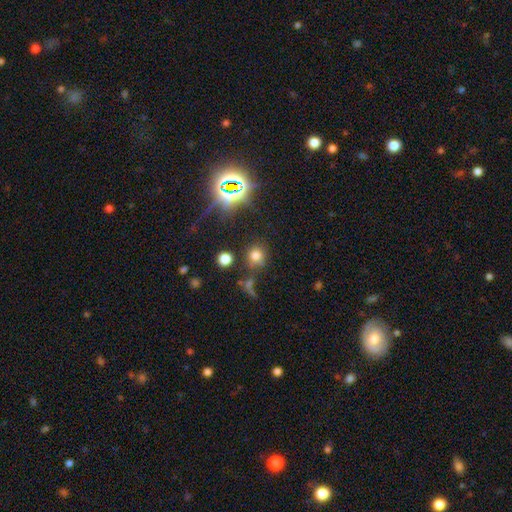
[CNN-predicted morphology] A smooth galaxy with no disk features (69%) that is round (85%).

Vote fractions:
- Smooth or featured? smooth: 69% / star or artifact: 23% / featured or disk: 8%
- How rounded? round: 85% / in between: 13% / cigar-shaped: 2%
- Merging? none: 72% / minor disturbance: 12% / merger: 9% / major disturbance: 7%